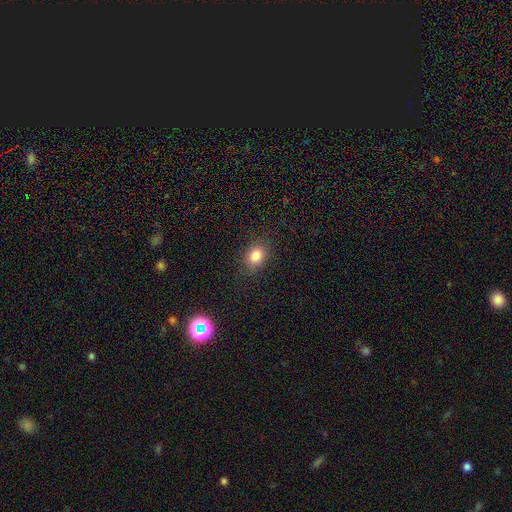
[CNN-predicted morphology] A smooth galaxy with no disk features (83%) that is in between round and cigar-shaped (62%). Merging: none (86%).